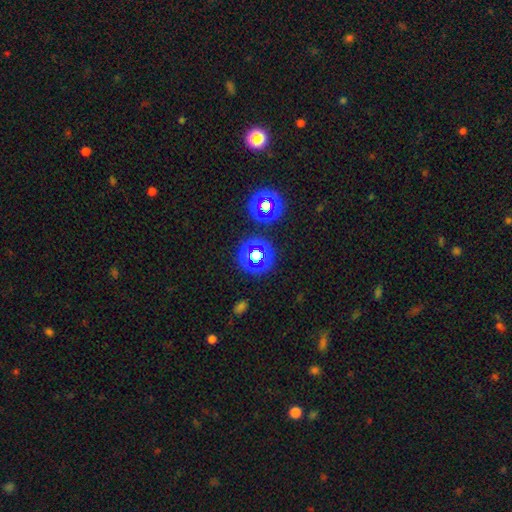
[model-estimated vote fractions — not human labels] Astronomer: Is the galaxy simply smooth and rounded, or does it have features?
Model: star or artifact — 61%.